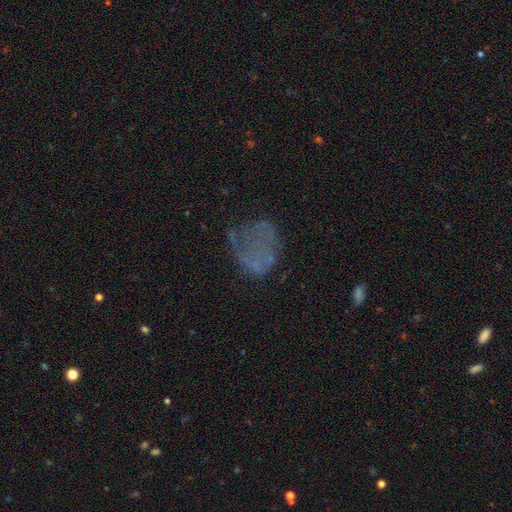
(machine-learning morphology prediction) A featured or disk galaxy (40%). Merging: major disturbance (38%, tied with none).